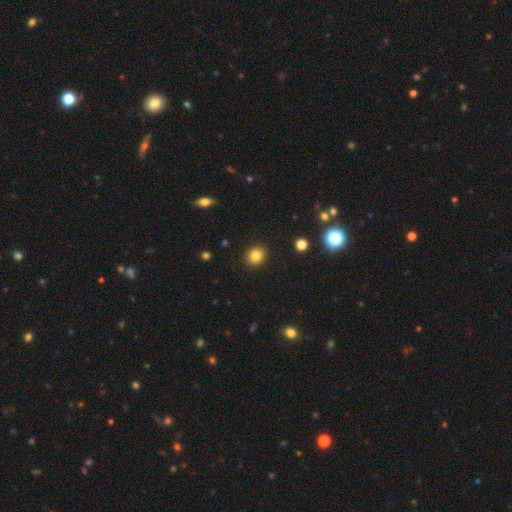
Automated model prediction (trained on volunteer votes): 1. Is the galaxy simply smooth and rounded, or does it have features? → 82% smooth, 11% star or artifact, 6% featured or disk.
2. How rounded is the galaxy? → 76% round, 23% in between, 1% cigar-shaped.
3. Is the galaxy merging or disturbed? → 91% none, 6% minor disturbance, 2% major disturbance, 1% merger.